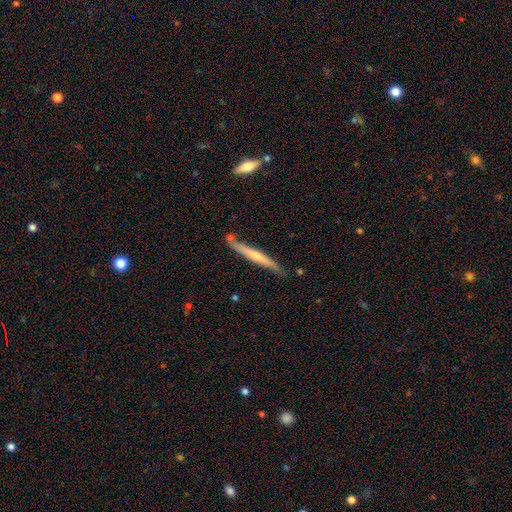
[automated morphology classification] Overall: featured or disk (50%; smooth 44%). Edge-on disk: yes (94%). Merging: none (73%).